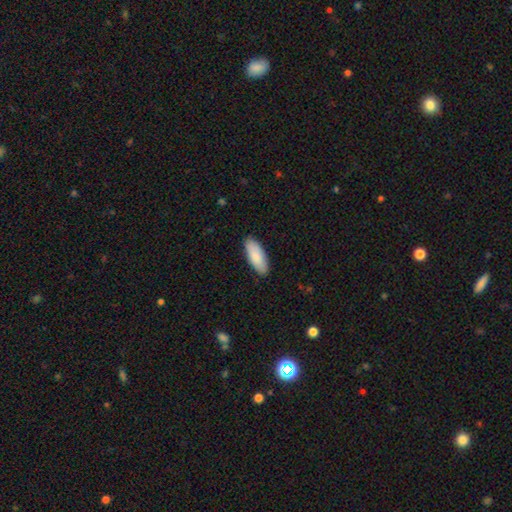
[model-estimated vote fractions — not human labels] Q: Smooth or featured?
A: smooth (87%); runner-up: featured or disk (8%)
Q: How rounded?
A: in between (80%); runner-up: cigar-shaped (18%)
Q: Merging?
A: none (88%); runner-up: minor disturbance (9%)